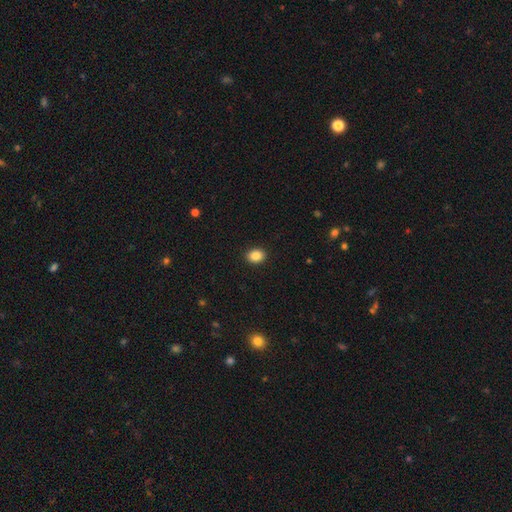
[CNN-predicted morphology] smooth-or-featured: smooth: 86% | star or artifact: 9% | featured or disk: 5%
  how-rounded: in between: 53% | round: 46% | cigar-shaped: 1%
  merging: none: 91% | minor disturbance: 6% | major disturbance: 2% | merger: 1%